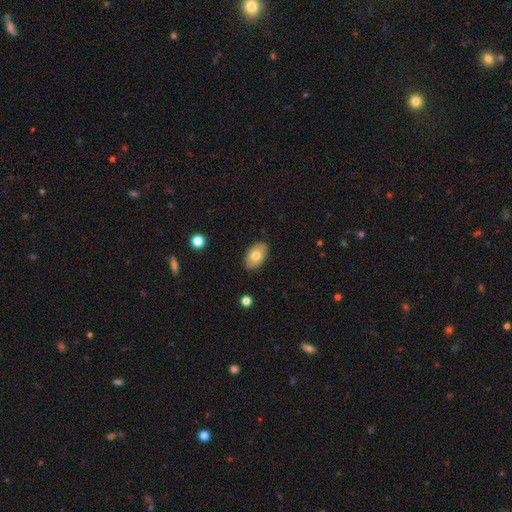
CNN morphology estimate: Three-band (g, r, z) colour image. It shows a smooth galaxy with no disk features (75%) that is in between round and cigar-shaped (91%). Merging: none (87%).